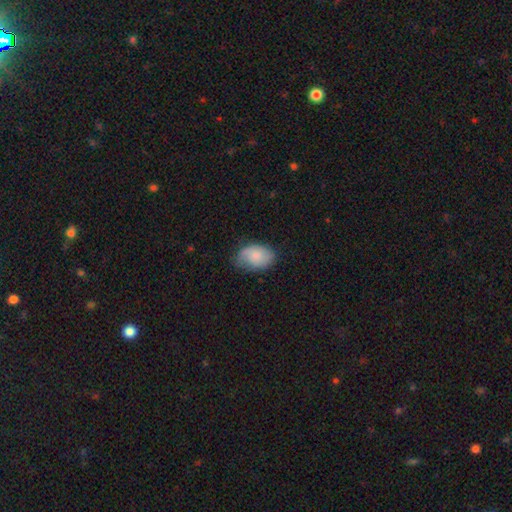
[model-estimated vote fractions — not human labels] Q: Smooth or featured?
A: smooth (66%); runner-up: featured or disk (27%)
Q: How rounded?
A: in between (86%); runner-up: round (13%)
Q: Merging?
A: none (63%); runner-up: minor disturbance (28%)